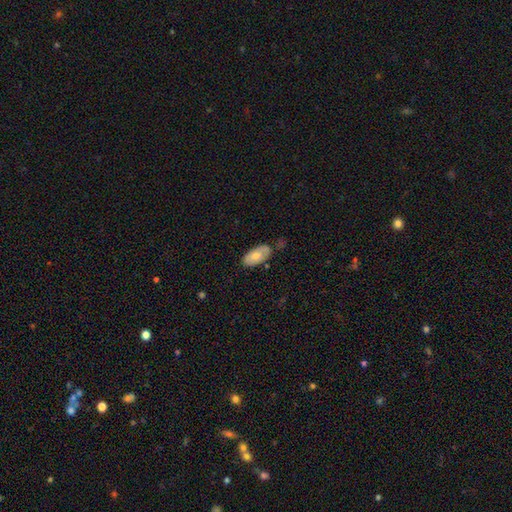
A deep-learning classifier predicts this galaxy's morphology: type=smooth (55%); roundness=in between (92%); merging=none (74%).